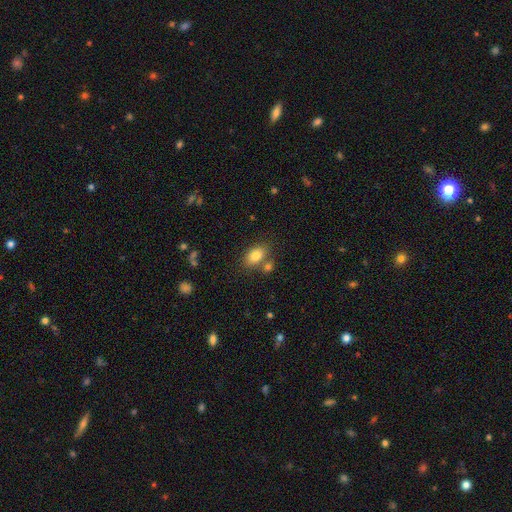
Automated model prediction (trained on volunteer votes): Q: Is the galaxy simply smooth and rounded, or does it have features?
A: smooth — 81%.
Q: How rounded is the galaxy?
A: in between — 84%.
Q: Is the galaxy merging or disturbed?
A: none — 67%.